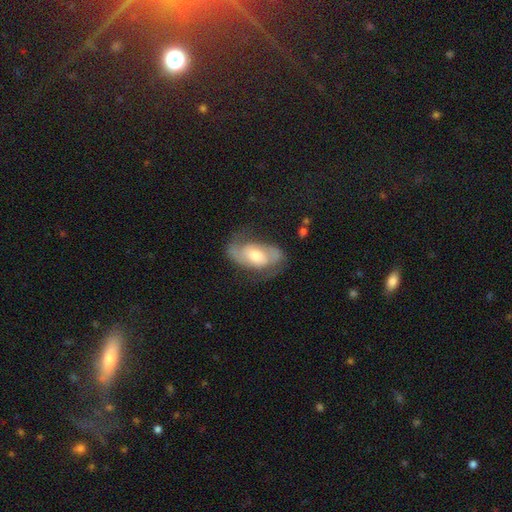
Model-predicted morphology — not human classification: Overall: featured or disk (70%). Edge-on disk: no (94%). Bar: no (53%; weak 34%). Spiral arms: yes (87%). Spiral arm count: 2 (81%). Spiral winding: medium (45%; loose 28%). Bulge size: moderate (61%; small 23%). Merging: none (61%; minor disturbance 22%).